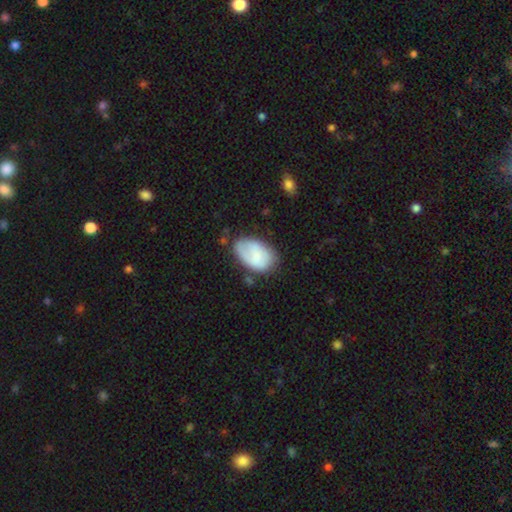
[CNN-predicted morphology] This appears to be a smooth galaxy with no disk features (70%) that is in between round and cigar-shaped (91%). Merging: none (53%).